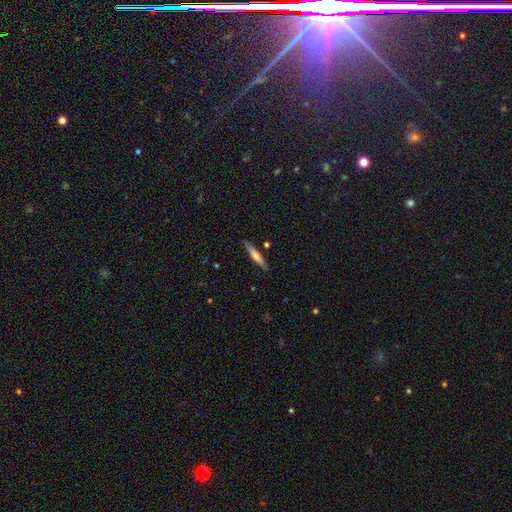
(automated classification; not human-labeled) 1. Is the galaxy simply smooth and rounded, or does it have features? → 51% smooth, 42% featured or disk, 7% star or artifact.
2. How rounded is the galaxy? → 89% cigar-shaped, 9% in between, 2% round.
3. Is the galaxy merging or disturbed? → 87% none, 9% minor disturbance, 2% merger, 2% major disturbance.